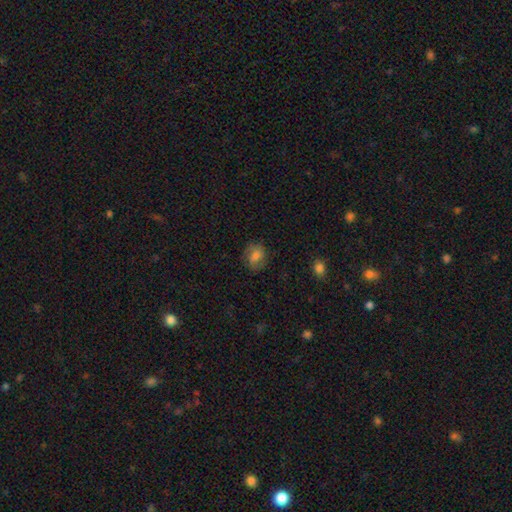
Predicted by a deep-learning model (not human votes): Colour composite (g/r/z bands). It shows a smooth galaxy with no disk features (72%) that is round (58%). Merging: none (77%).